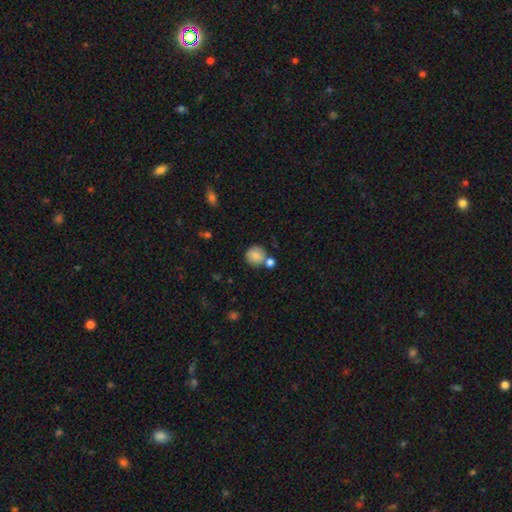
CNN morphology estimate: Smooth or featured? Predicted: smooth (p=0.83). How rounded? Predicted: round (p=0.90). Merging? Predicted: none (p=0.63).